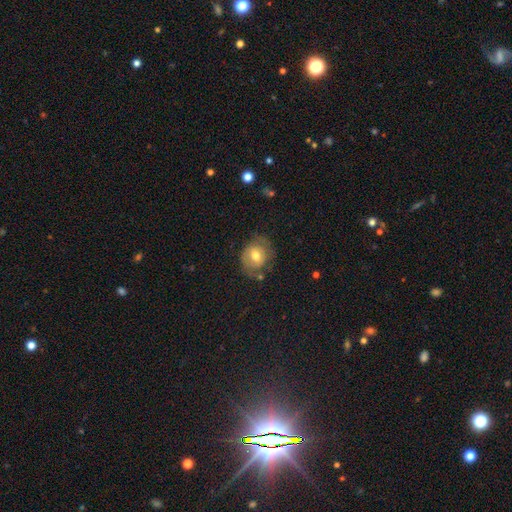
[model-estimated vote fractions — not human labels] This is likely a smooth galaxy (61%). How rounded: likely round (62%). Merging: likely none (61%).